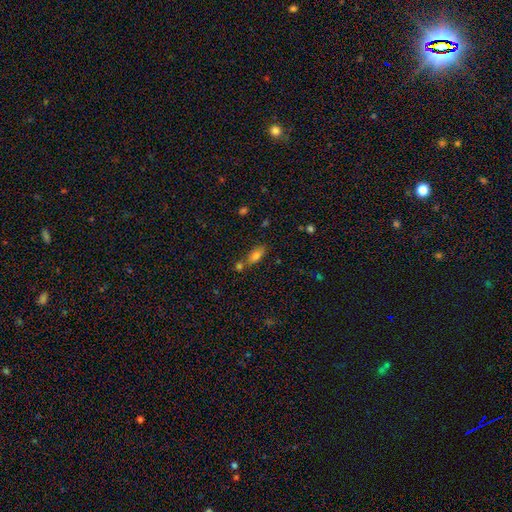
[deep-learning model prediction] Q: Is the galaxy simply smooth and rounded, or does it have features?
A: smooth — 77%.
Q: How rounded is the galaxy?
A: in between — 81%.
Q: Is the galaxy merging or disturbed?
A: none — 56%.